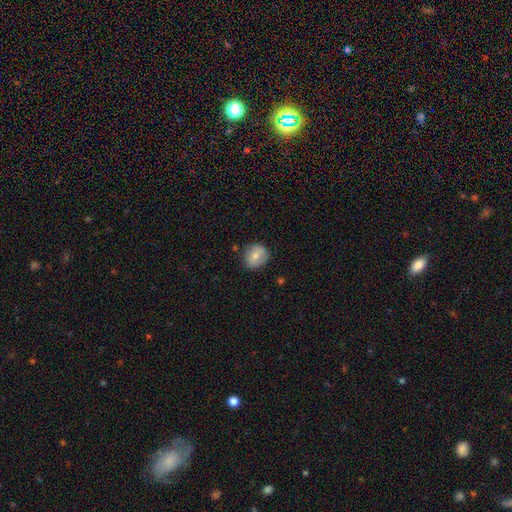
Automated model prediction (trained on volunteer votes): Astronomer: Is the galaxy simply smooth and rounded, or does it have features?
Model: smooth — 70%.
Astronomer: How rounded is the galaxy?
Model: round — 81%.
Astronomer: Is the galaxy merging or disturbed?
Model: none — 79%.